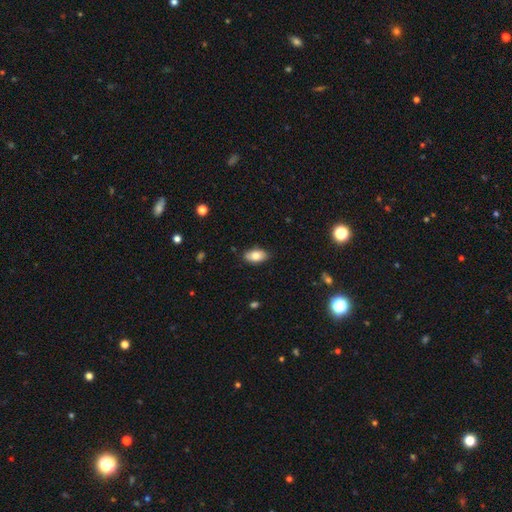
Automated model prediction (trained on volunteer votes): smooth 81%, featured or disk 12%, star or artifact 7%. Down the decision tree: how rounded — in between (93%); merging — none (85%).